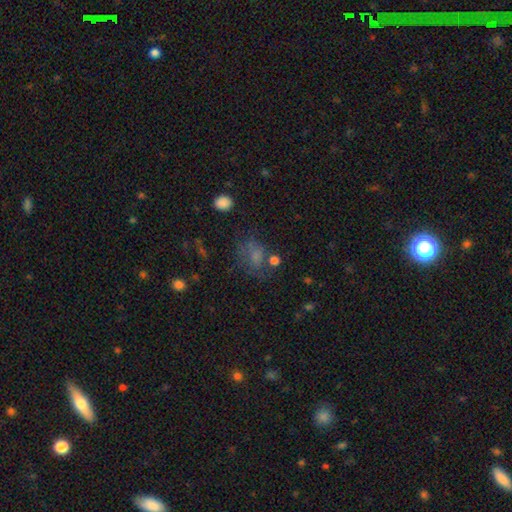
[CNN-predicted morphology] Overall: smooth (59%; star or artifact 21%). How rounded: in between (58%; round 40%). Merging: none (44%; major disturbance 26%).